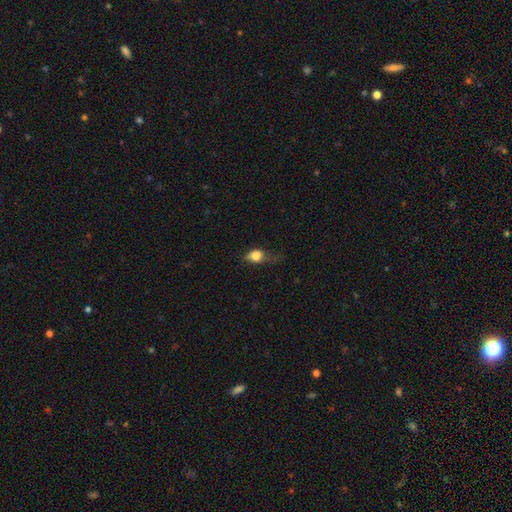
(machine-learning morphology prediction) smooth-or-featured: smooth: 76% | featured or disk: 14% | star or artifact: 10%
  how-rounded: in between: 57% | round: 39% | cigar-shaped: 4%
  merging: major disturbance: 36% | minor disturbance: 33% | none: 28% | merger: 3%